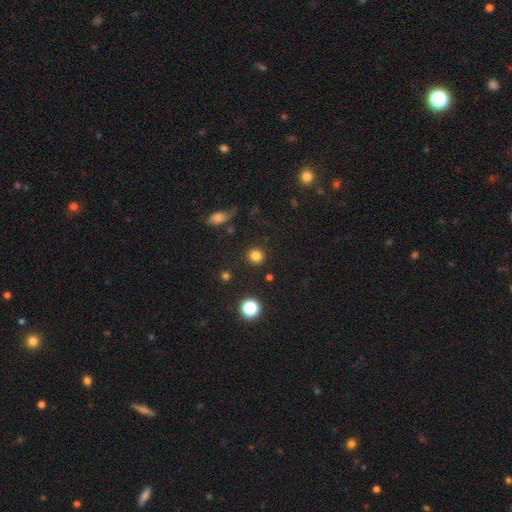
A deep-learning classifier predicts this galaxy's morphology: smooth-or-featured: smooth: 82% | star or artifact: 13% | featured or disk: 5%
  how-rounded: round: 90% | in between: 9% | cigar-shaped: 1%
  merging: none: 89% | minor disturbance: 6% | major disturbance: 3% | merger: 2%